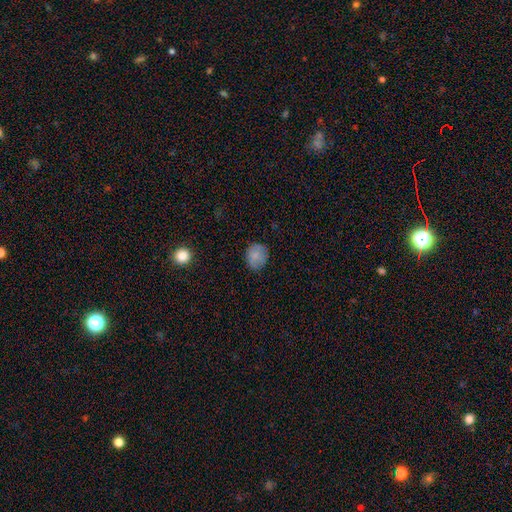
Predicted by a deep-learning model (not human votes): Smooth or featured? smooth (82%)
How rounded? round (64%)
Merging? none (76%)